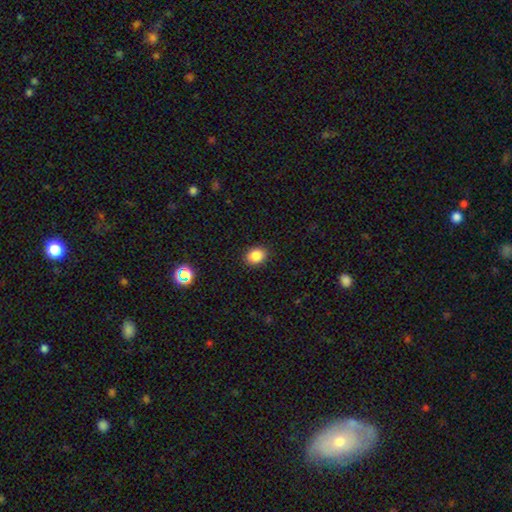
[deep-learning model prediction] Overall: smooth (86%). How rounded: in between (54%; round 45%). Merging: none (90%).